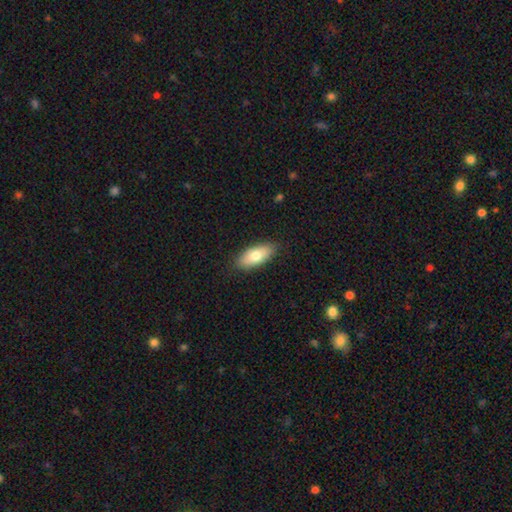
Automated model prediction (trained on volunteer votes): smooth-or-featured: smooth: 73% | featured or disk: 21% | star or artifact: 6%
  how-rounded: in between: 84% | cigar-shaped: 13% | round: 3%
  merging: none: 87% | minor disturbance: 10% | major disturbance: 2% | merger: 1%